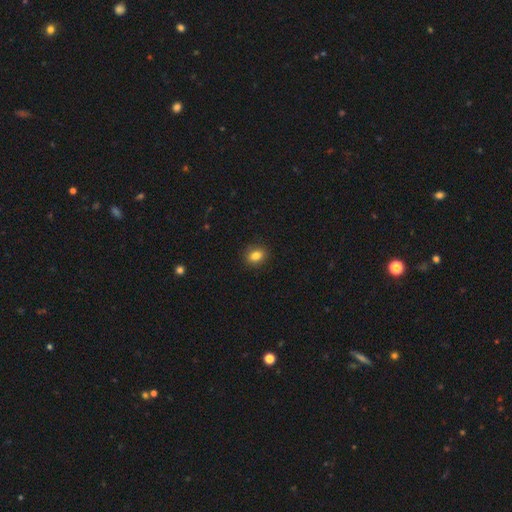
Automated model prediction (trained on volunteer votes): smooth-or-featured: smooth: 84% | star or artifact: 10% | featured or disk: 6%
  how-rounded: in between: 54% | round: 45% | cigar-shaped: 1%
  merging: none: 89% | minor disturbance: 8% | major disturbance: 2% | merger: 1%